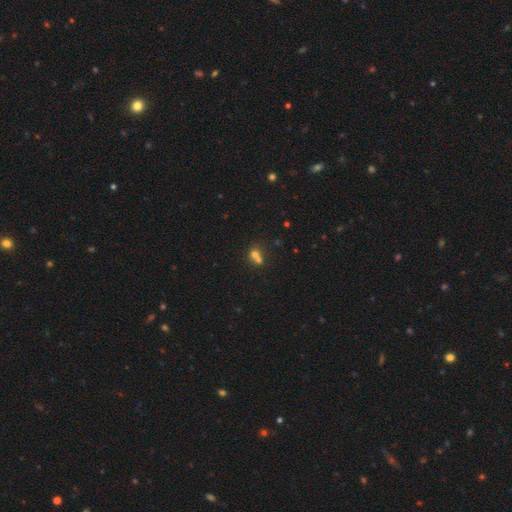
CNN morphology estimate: smooth-or-featured: smooth: 63% | star or artifact: 19% | featured or disk: 18%
  how-rounded: round: 69% | in between: 30% | cigar-shaped: 1%
  merging: merger: 61% | none: 29% | minor disturbance: 7% | major disturbance: 4%